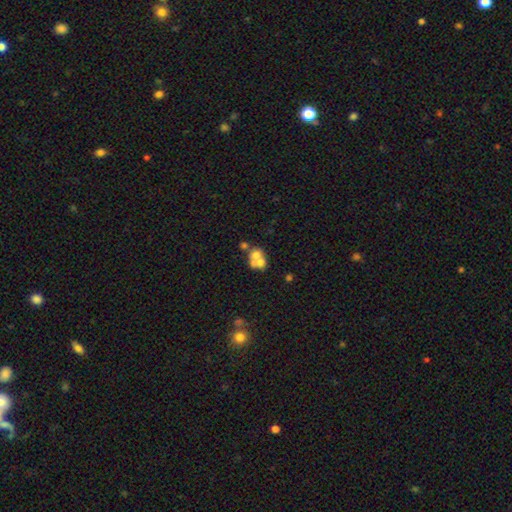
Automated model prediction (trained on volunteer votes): Q: Smooth or featured?
A: smooth (53%); runner-up: featured or disk (34%)
Q: How rounded?
A: round (63%); runner-up: in between (36%)
Q: Merging?
A: merger (60%); runner-up: none (26%)